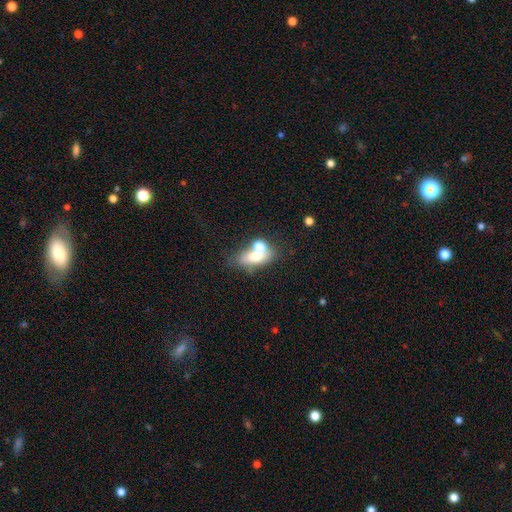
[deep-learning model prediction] Smooth or featured? smooth (61%)
How rounded? in between (71%)
Merging? none (41%)